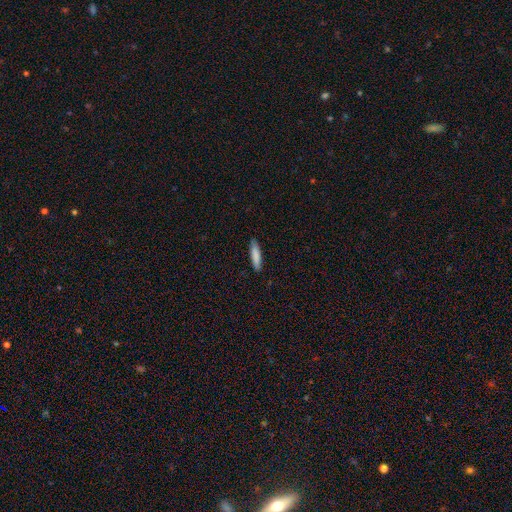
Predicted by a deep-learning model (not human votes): This is clearly a smooth galaxy (84%). How rounded: clearly cigar-shaped (82%). Merging: clearly none (89%).